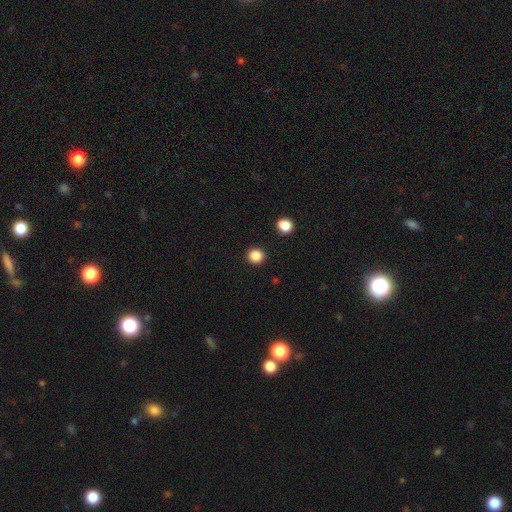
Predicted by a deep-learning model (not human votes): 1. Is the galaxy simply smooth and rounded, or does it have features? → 86% smooth, 11% star or artifact, 3% featured or disk.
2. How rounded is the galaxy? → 92% round, 7% in between, 1% cigar-shaped.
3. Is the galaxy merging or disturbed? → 92% none, 5% minor disturbance, 2% major disturbance, 1% merger.